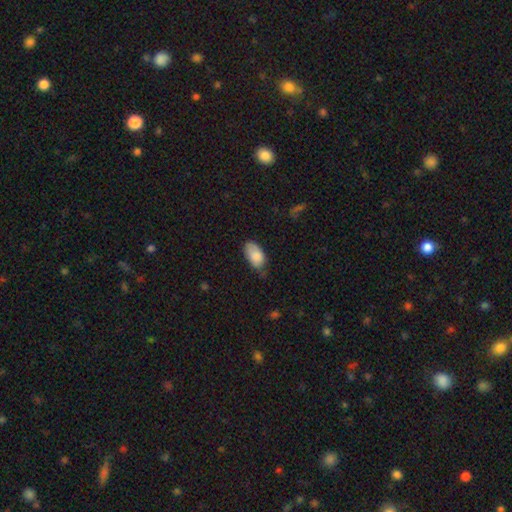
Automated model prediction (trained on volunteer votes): Smooth or featured?
  - smooth: 85% *
  - featured or disk: 8%
  - star or artifact: 7%
How rounded?
  - in between: 94% *
  - round: 4%
  - cigar-shaped: 2%
Merging?
  - none: 52% *
  - minor disturbance: 38%
  - major disturbance: 8%
  - merger: 2%